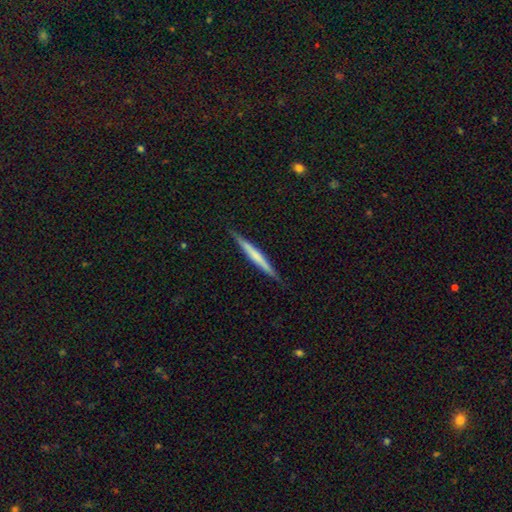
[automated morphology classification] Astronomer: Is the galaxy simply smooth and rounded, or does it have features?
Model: featured or disk — 50% (runner-up: smooth, 44%).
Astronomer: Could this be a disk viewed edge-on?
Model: yes — 97%.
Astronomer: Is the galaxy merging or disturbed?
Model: none — 90%.